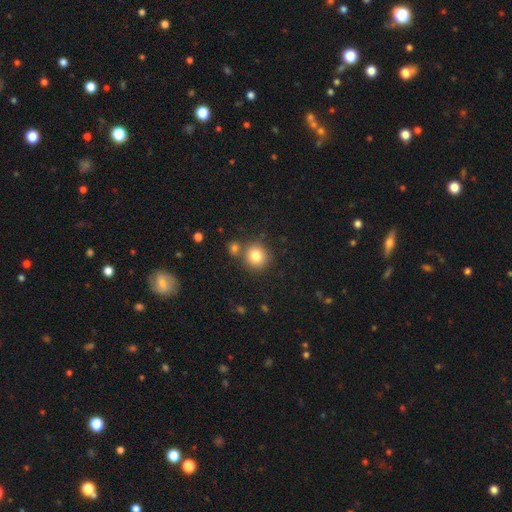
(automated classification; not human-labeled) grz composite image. It shows a smooth galaxy with no disk features (81%) that is round (91%). Merging: none (74%).